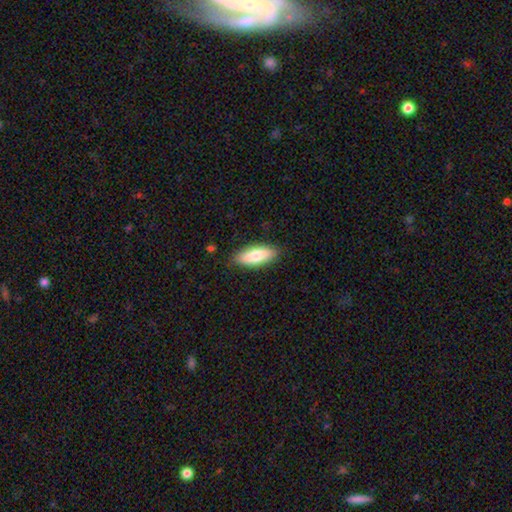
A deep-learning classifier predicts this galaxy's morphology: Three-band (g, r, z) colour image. It shows a smooth galaxy with no disk features (76%) that is in between round and cigar-shaped (70%). Merging: none (86%).